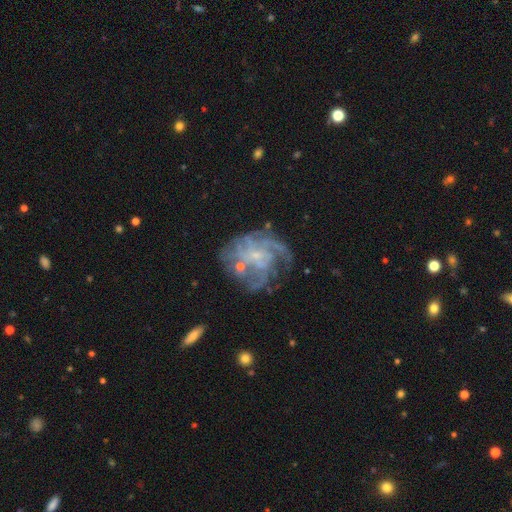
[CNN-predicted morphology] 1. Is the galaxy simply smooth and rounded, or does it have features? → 81% featured or disk, 10% smooth, 9% star or artifact.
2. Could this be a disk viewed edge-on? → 98% no, 2% yes.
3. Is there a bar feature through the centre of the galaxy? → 65% no, 30% weak, 5% strong.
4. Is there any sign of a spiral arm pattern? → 88% yes, 12% no.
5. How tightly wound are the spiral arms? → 46% tight, 37% medium, 17% loose.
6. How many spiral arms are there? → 38% can't tell, 21% 4, 15% 3, 10% more than 4, 9% 2, 6% 1.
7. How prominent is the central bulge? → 71% small, 15% none, 12% moderate, 1% large, 1% dominant.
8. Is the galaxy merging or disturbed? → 51% none, 23% major disturbance, 20% minor disturbance, 6% merger.